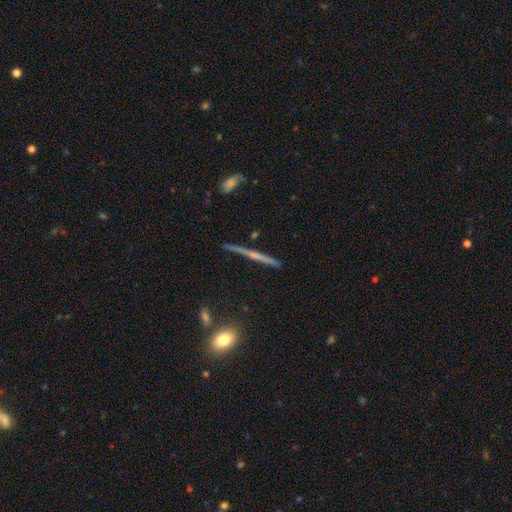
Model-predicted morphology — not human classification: smooth-or-featured: featured or disk: 68% | smooth: 25% | star or artifact: 8%
  disk-edge-on: yes: 98% | no: 2%
    edge-on-bulge: none: 48% | rounded: 42% | boxy: 10%
  merging: none: 88% | minor disturbance: 8% | merger: 2% | major disturbance: 2%